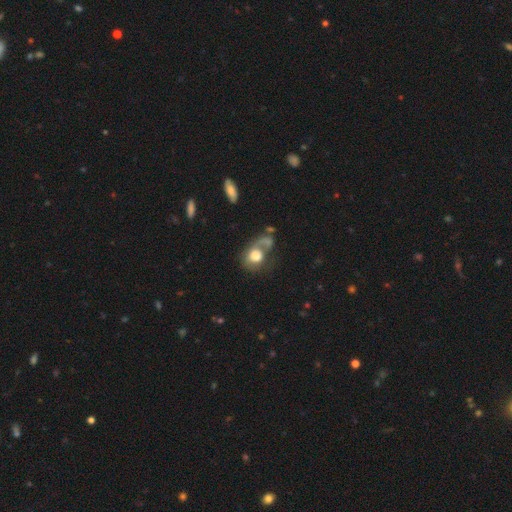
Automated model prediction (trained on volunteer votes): smooth 62%, featured or disk 29%, star or artifact 9%. Down the decision tree: how rounded — round (53%); merging — major disturbance (36%).